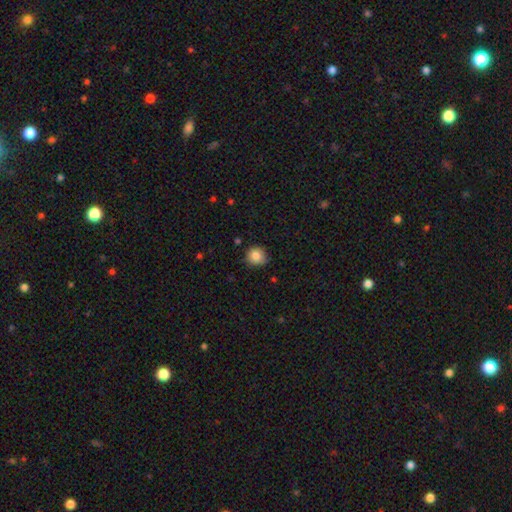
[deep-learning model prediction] A smooth galaxy with no disk features (85%) that is round (86%). Merging: none (77%).